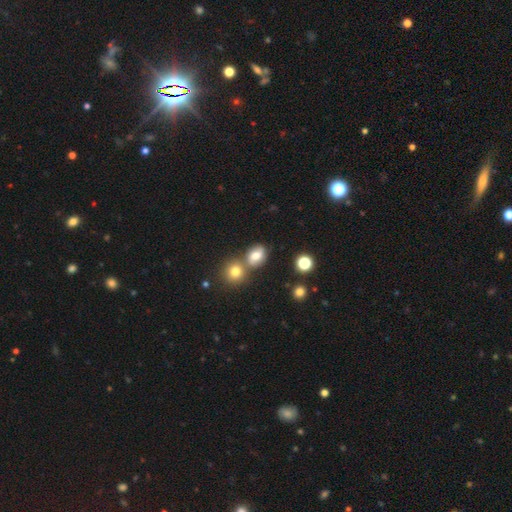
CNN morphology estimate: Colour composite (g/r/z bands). It shows a smooth galaxy with no disk features (71%) that is in between round and cigar-shaped (58%). Merging: none (54%).